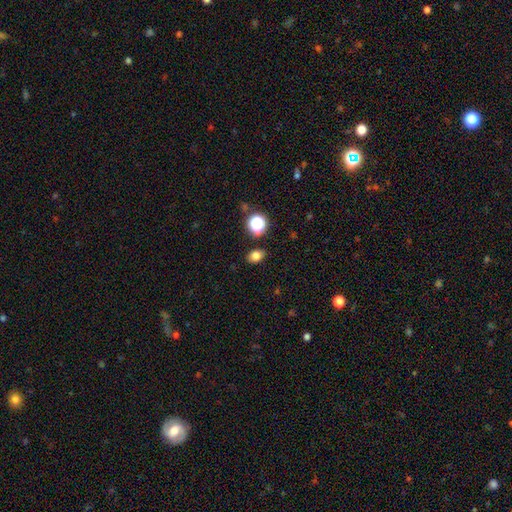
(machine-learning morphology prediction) This appears to be a smooth galaxy with no disk features (79%) that is in between round and cigar-shaped (68%). Merging: none (86%).